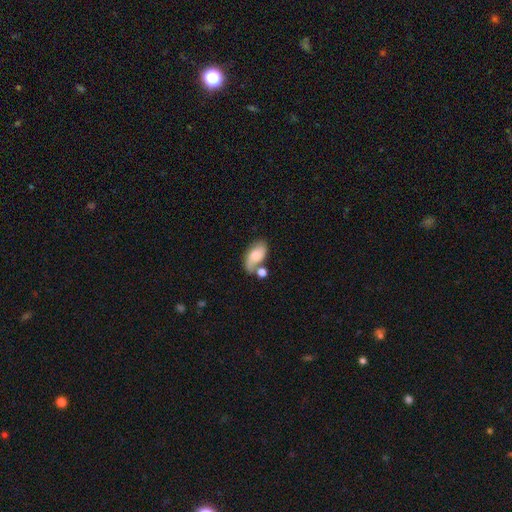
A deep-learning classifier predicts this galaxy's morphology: Overall: smooth (55%; featured or disk 37%). How rounded: in between (91%). Merging: none (39%; merger 30%).